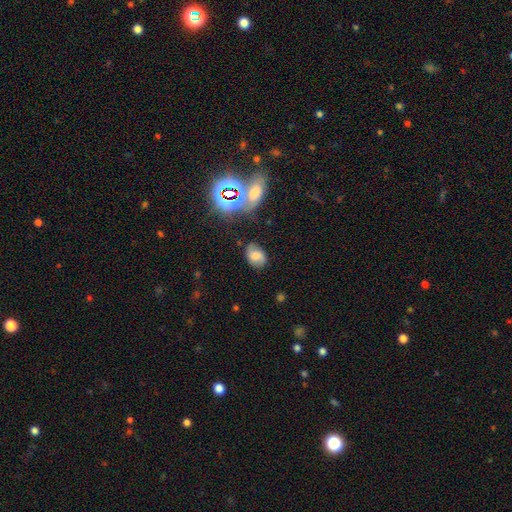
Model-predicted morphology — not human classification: The model was most divided on "smooth or featured": smooth: 53%, featured or disk: 28%, star or artifact: 19%. More confident: merging — none (73%); how rounded — in between (72%).